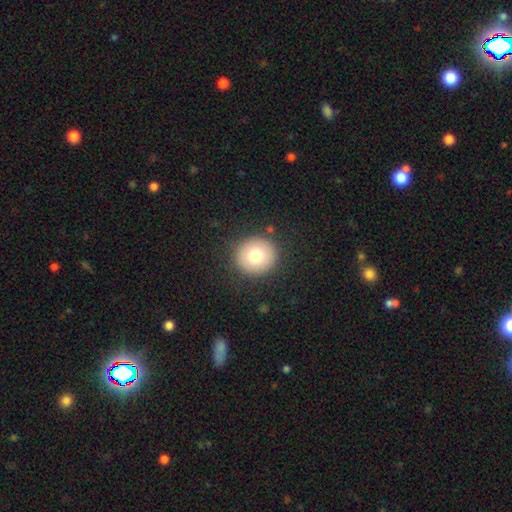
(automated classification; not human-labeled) This is likely a smooth galaxy (77%). How rounded: clearly round (93%). Merging: clearly none (89%).